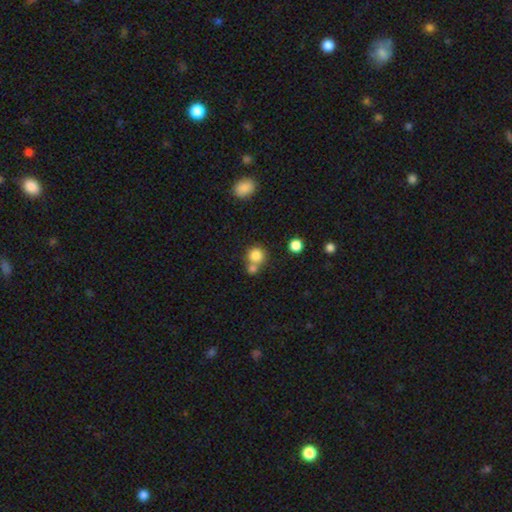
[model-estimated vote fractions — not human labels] Overall: smooth (82%). How rounded: round (88%). Merging: none (50%; merger 39%).